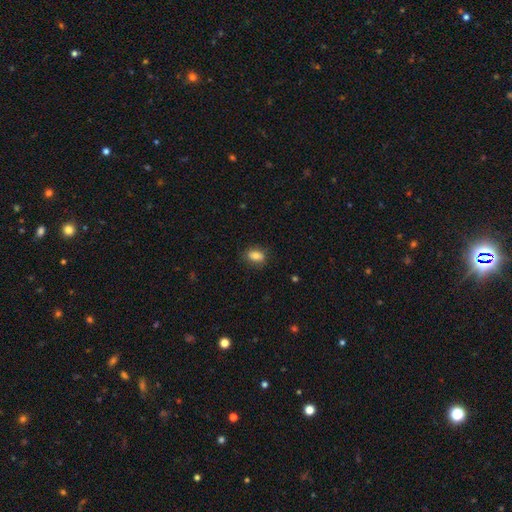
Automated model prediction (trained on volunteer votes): smooth 82%, featured or disk 9%, star or artifact 9%. Down the decision tree: how rounded — in between (77%); merging — none (77%).